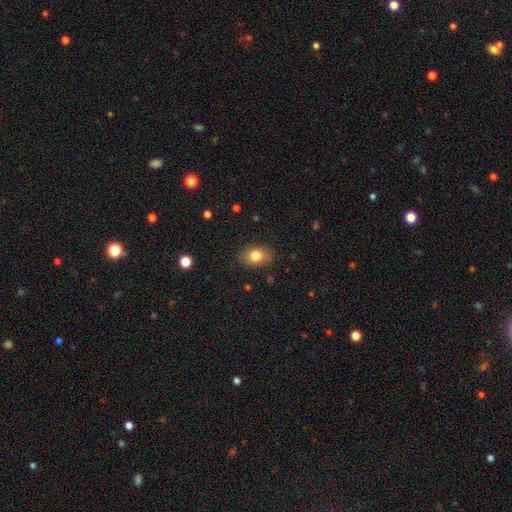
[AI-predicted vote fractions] Morphology: type=smooth (81%); roundness=in between (70%); merging=none (83%).